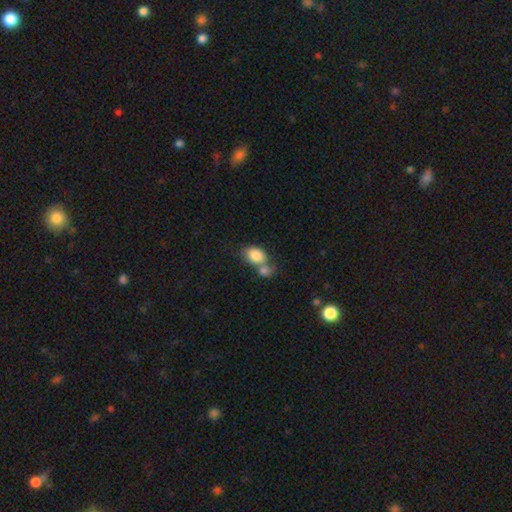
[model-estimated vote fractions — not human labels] smooth 82%, featured or disk 10%, star or artifact 7%. Down the decision tree: how rounded — in between (71%); merging — merger (54%).